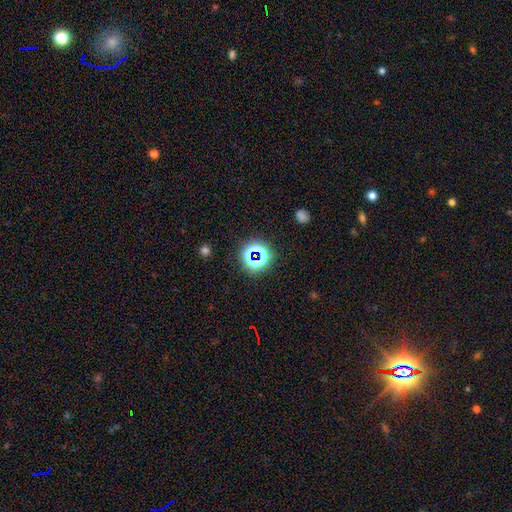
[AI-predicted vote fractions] Overall: star or artifact (63%; smooth 28%).